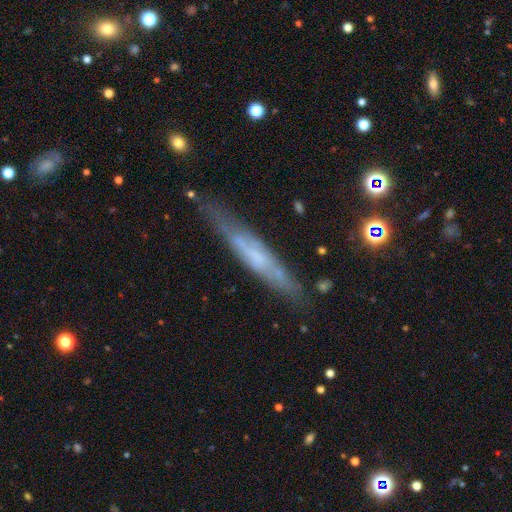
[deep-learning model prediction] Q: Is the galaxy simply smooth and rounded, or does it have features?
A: featured or disk — 59%.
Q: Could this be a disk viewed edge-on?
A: yes — 83%.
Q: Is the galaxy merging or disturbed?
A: none — 77%.